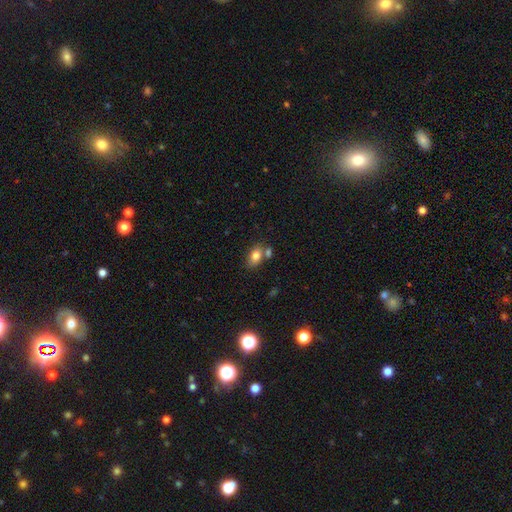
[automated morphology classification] smooth 80%, featured or disk 11%, star or artifact 9%. Down the decision tree: how rounded — in between (83%); merging — none (57%).